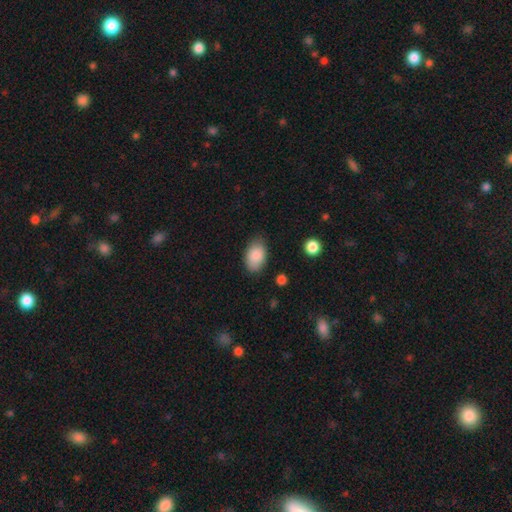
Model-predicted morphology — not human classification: Smooth or featured? Predicted: smooth (p=0.88). How rounded? Predicted: in between (p=0.91). Merging? Predicted: none (p=0.81).